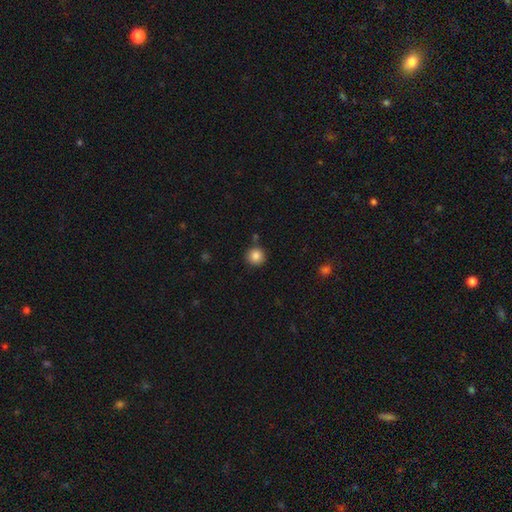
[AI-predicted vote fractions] A smooth galaxy with no disk features (86%) that is round (93%).

Vote fractions:
- Smooth or featured? smooth: 86% / star or artifact: 10% / featured or disk: 5%
- How rounded? round: 93% / in between: 6% / cigar-shaped: 1%
- Merging? none: 85% / minor disturbance: 9% / merger: 4% / major disturbance: 2%